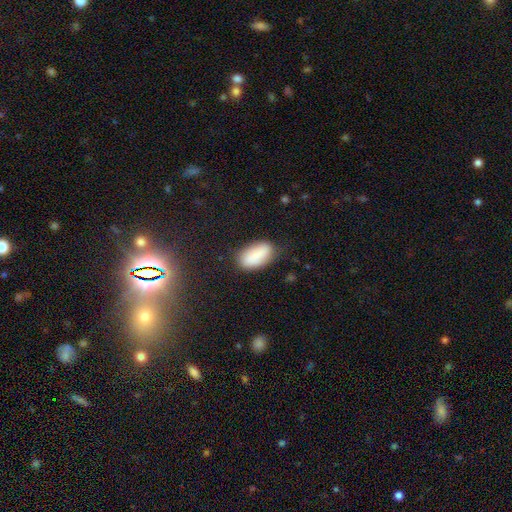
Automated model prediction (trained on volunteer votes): smooth_or_featured: smooth (p=0.82) [alt: featured or disk p=0.10]
how_rounded: in between (p=0.92) [alt: cigar-shaped p=0.04]
merging: none (p=0.76) [alt: minor disturbance p=0.17]